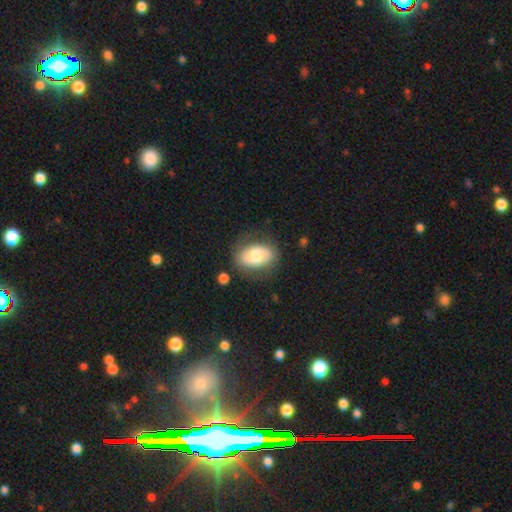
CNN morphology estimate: Smooth or featured?
  - smooth: 64% *
  - featured or disk: 29%
  - star or artifact: 7%
How rounded?
  - in between: 84% *
  - round: 15%
  - cigar-shaped: 1%
Merging?
  - none: 74% *
  - minor disturbance: 16%
  - major disturbance: 7%
  - merger: 2%